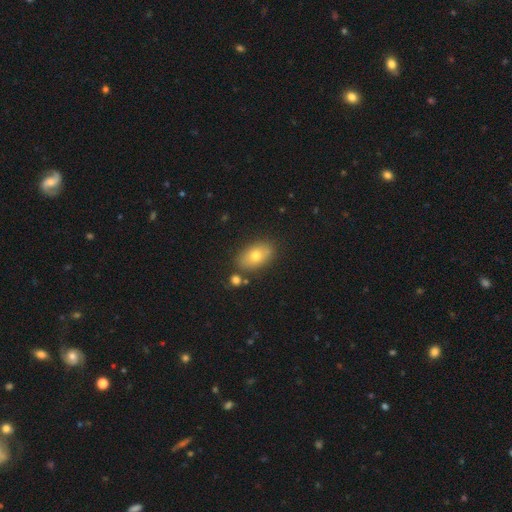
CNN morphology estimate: This is likely a smooth galaxy (72%). How rounded: clearly in between (89%). Merging: clearly none (81%).